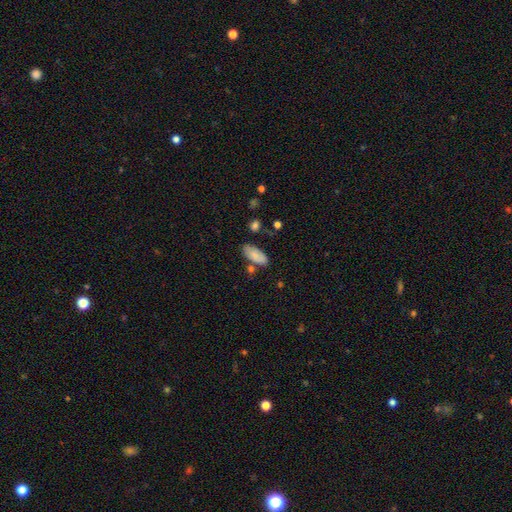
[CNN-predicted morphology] Q: Smooth or featured?
A: smooth (82%); runner-up: featured or disk (11%)
Q: How rounded?
A: in between (90%); runner-up: cigar-shaped (8%)
Q: Merging?
A: none (70%); runner-up: minor disturbance (18%)